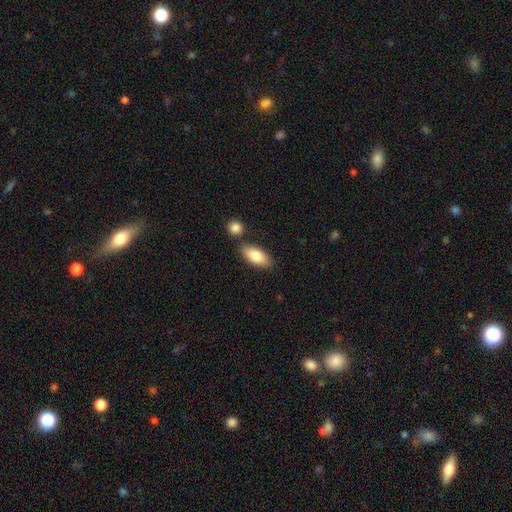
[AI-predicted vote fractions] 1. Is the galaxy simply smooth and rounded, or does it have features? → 81% smooth, 13% featured or disk, 6% star or artifact.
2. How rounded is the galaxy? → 87% in between, 10% cigar-shaped, 3% round.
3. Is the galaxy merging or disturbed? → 75% none, 11% minor disturbance, 11% merger, 3% major disturbance.